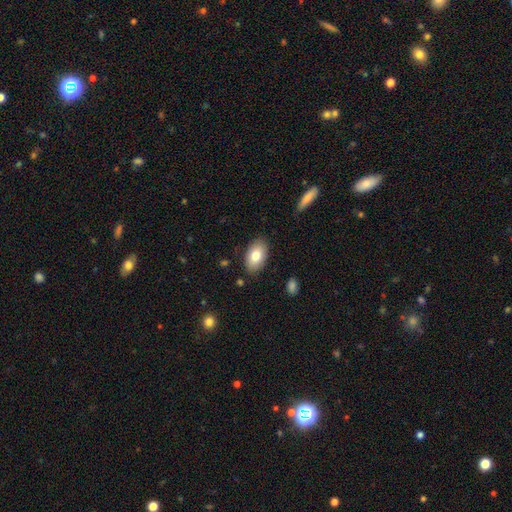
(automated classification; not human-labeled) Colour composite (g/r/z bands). It shows a smooth galaxy with no disk features (78%) that is in between round and cigar-shaped (93%). Merging: none (86%).